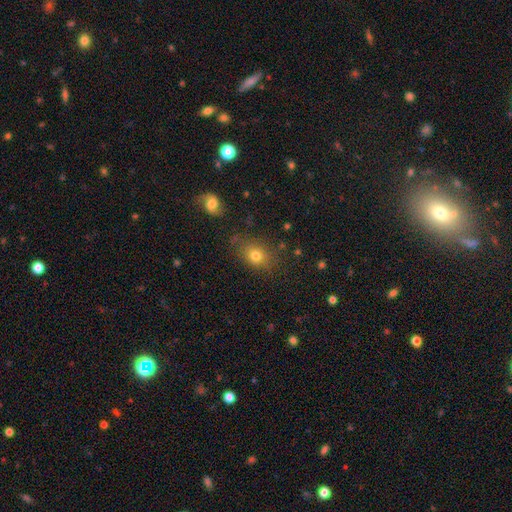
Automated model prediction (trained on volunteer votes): smooth-or-featured: smooth: 76% | star or artifact: 14% | featured or disk: 10%
  how-rounded: in between: 54% | round: 44% | cigar-shaped: 2%
  merging: none: 74% | minor disturbance: 16% | major disturbance: 6% | merger: 4%